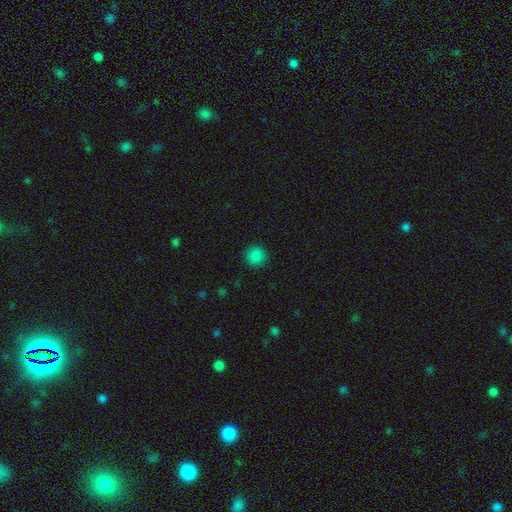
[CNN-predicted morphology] smooth 85%, star or artifact 11%, featured or disk 3%. Down the decision tree: how rounded — round (93%); merging — none (92%).